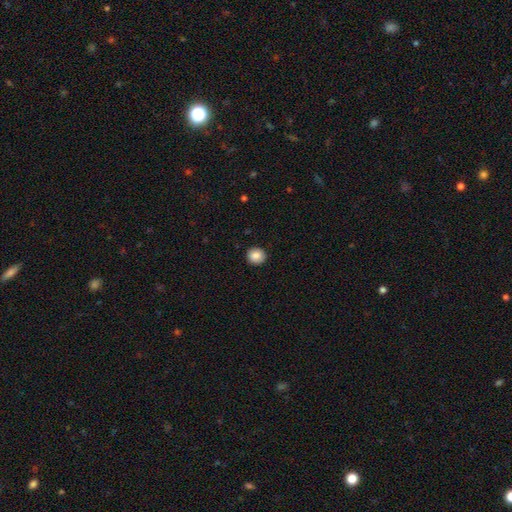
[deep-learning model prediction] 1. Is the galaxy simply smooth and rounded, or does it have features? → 87% smooth, 9% star or artifact, 4% featured or disk.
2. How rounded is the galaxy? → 88% round, 11% in between, 1% cigar-shaped.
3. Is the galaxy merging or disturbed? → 91% none, 7% minor disturbance, 2% major disturbance, 1% merger.